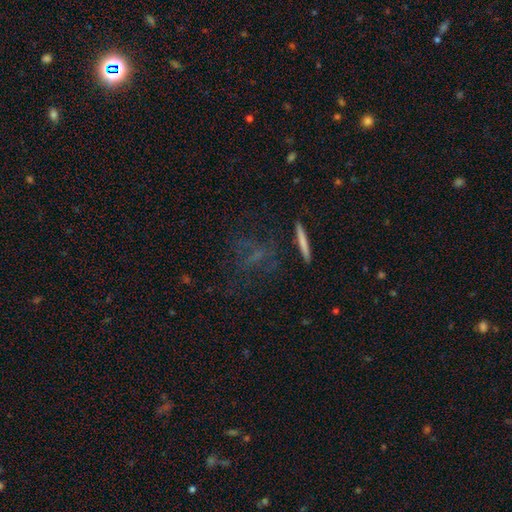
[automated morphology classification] Smooth or featured?
  - featured or disk: 38% *
  - smooth: 34%
  - star or artifact: 28%
Merging?
  - none: 66% *
  - minor disturbance: 15%
  - major disturbance: 14%
  - merger: 4%